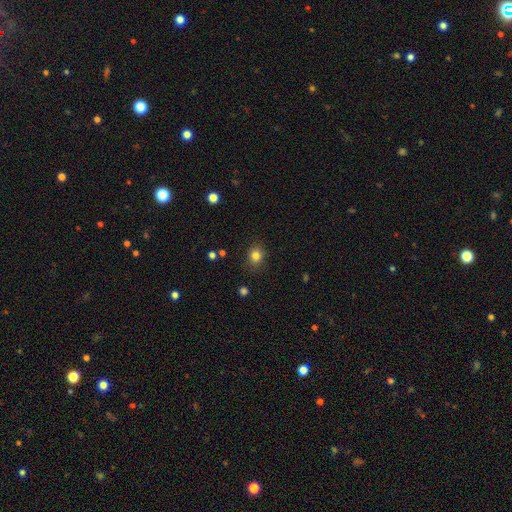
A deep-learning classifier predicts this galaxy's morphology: The model was most divided on "how rounded": round: 72%, in between: 27%, cigar-shaped: 1%. More confident: merging — none (87%); smooth or featured — smooth (82%).